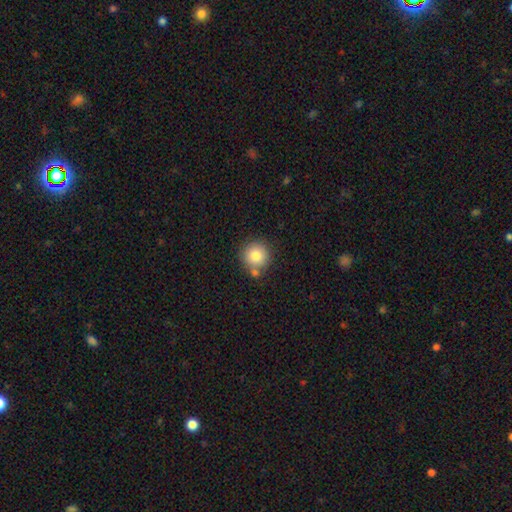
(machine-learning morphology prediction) This appears to be a smooth galaxy with no disk features (81%) that is round (93%). Merging: none (70%).